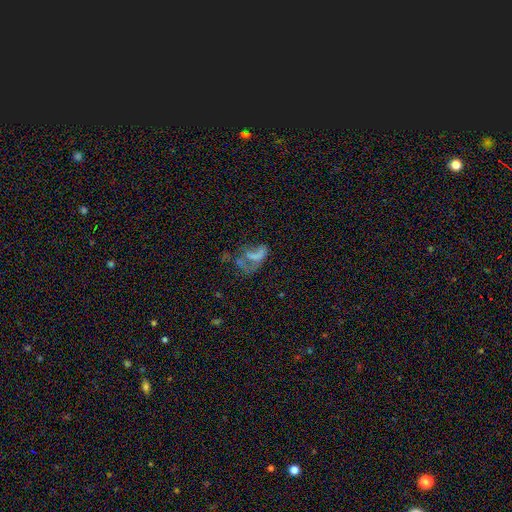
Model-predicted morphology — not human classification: A featured or disk galaxy (43%).

Vote fractions:
- Smooth or featured? featured or disk: 43% / smooth: 39% / star or artifact: 18%
- Merging? major disturbance: 48% / none: 21% / merger: 17% / minor disturbance: 14%